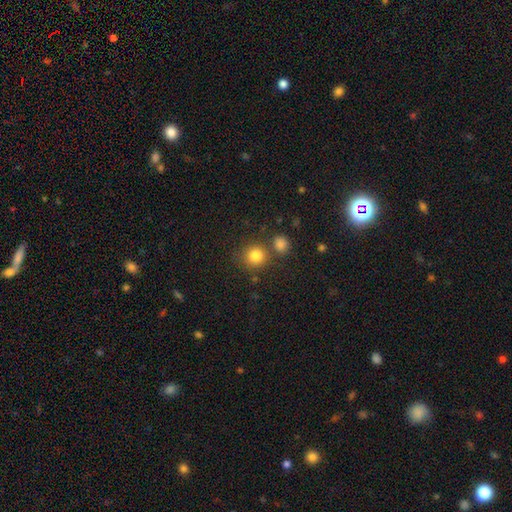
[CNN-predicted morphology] Q: Smooth or featured?
A: smooth (82%); runner-up: star or artifact (12%)
Q: How rounded?
A: round (89%); runner-up: in between (10%)
Q: Merging?
A: none (72%); runner-up: merger (15%)